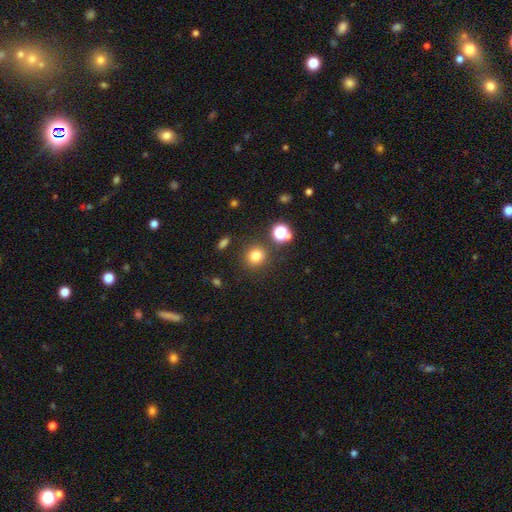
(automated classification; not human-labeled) Morphology: type=smooth (78%); roundness=round (87%); merging=none (84%).